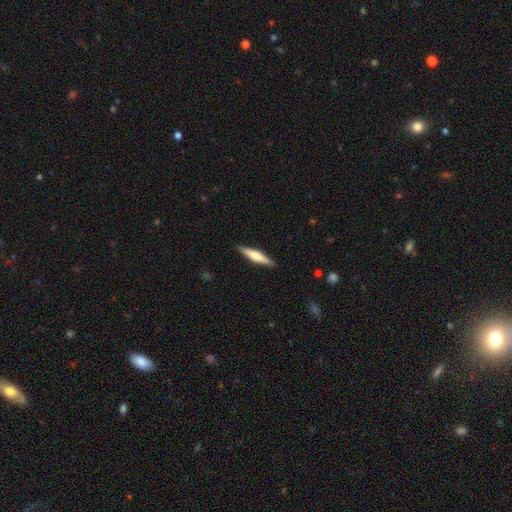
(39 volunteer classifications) This appears to be a smooth galaxy with no disk features (51%) that is cigar-shaped (85%). Merging: none (97%).